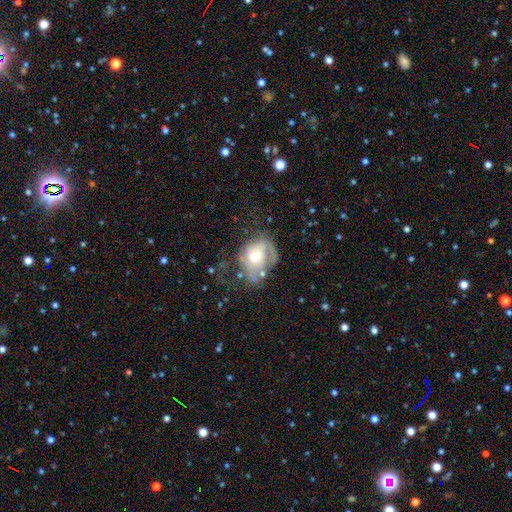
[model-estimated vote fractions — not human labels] Smooth or featured: featured or disk — 50% (smooth — 41%)
Edge-on disk: no — 96% (yes — 4%)
Merging: major disturbance — 40% (none — 27%)